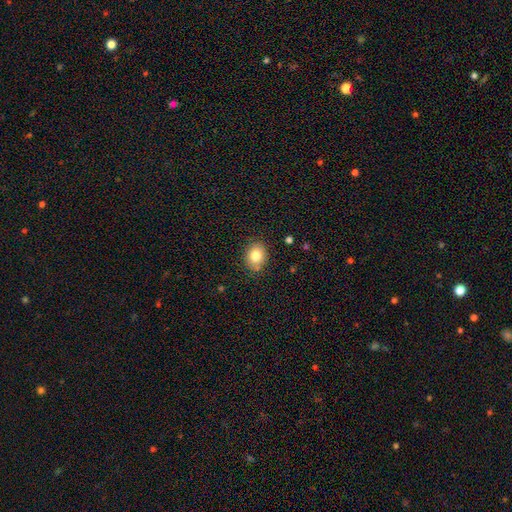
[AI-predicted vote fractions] Smooth or featured? smooth (81%)
How rounded? in between (50%)
Merging? none (82%)